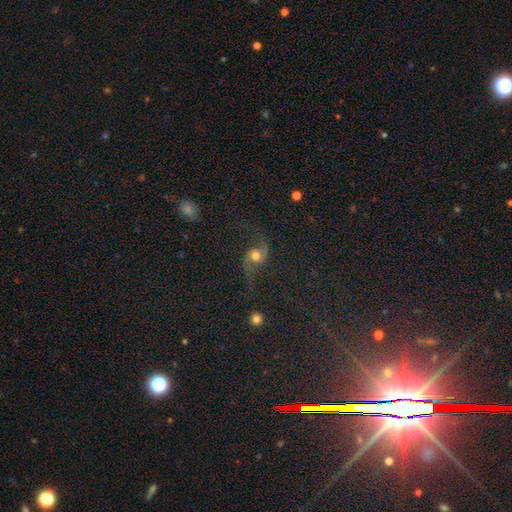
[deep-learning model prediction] Smooth or featured?
  - featured or disk: 78% *
  - smooth: 12%
  - star or artifact: 10%
Edge-on disk?
  - no: 97% *
  - yes: 3%
Bar?
  - no: 69% *
  - weak: 24%
  - strong: 7%
Spiral arms?
  - yes: 96% *
  - no: 4%
Spiral winding?
  - loose: 80% *
  - medium: 17%
  - tight: 4%
Spiral arm count?
  - 2: 94% *
  - 1: 2%
  - can't tell: 1%
  - 3: 1%
  - 4: 1%
  - more than 4: 1%
Bulge size?
  - moderate: 65% *
  - large: 18%
  - small: 12%
  - dominant: 3%
  - none: 2%
Merging?
  - none: 72% *
  - minor disturbance: 14%
  - major disturbance: 12%
  - merger: 3%